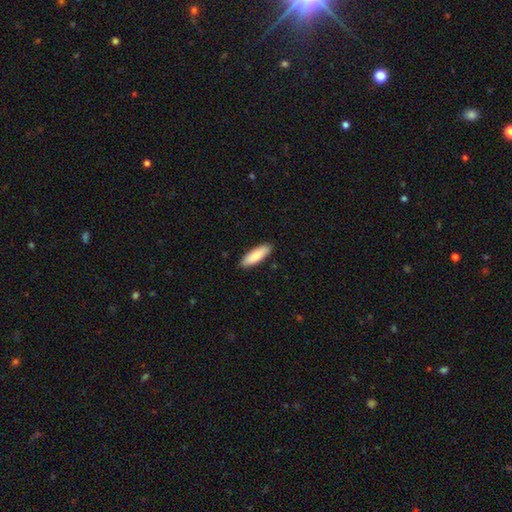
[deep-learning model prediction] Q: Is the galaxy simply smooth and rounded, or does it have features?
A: smooth — 86%.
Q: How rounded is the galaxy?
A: in between — 50%.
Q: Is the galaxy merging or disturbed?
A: none — 90%.